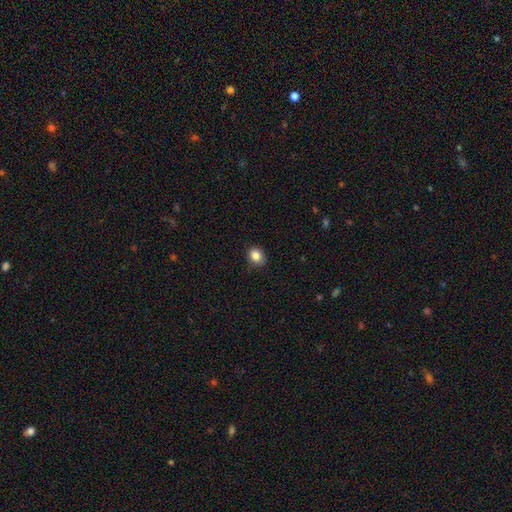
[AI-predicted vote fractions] Smooth or featured?
  - smooth: 85% *
  - star or artifact: 10%
  - featured or disk: 5%
How rounded?
  - round: 51% *
  - in between: 48%
  - cigar-shaped: 1%
Merging?
  - none: 84% *
  - minor disturbance: 12%
  - major disturbance: 2%
  - merger: 1%